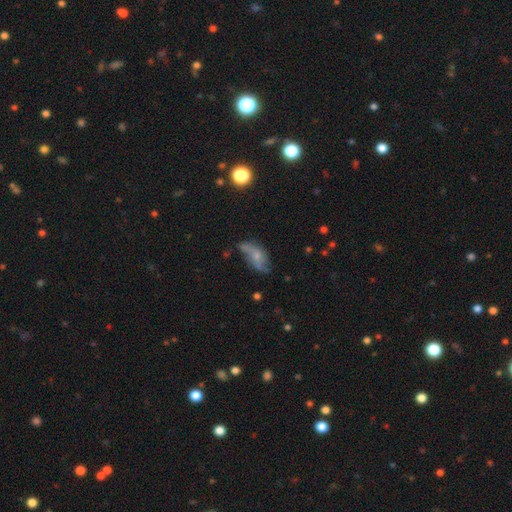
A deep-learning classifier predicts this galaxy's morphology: featured or disk 56%, smooth 34%, star or artifact 10%. Down the decision tree: edge-on disk — no (90%); bar — no (75%); spiral arms — yes (74%); bulge size — small (58%); merging — none (45%).